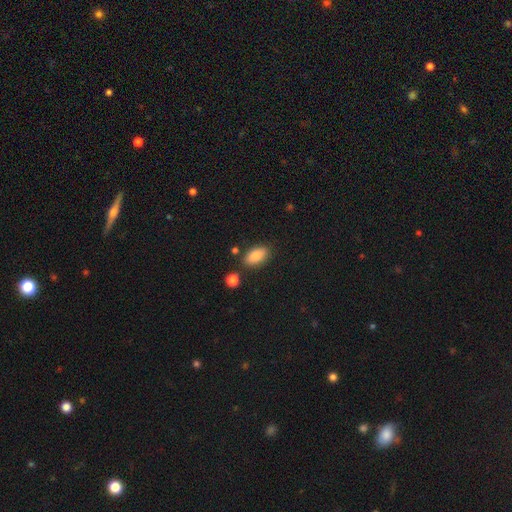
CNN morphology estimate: smooth_or_featured: smooth (p=0.83) [alt: featured or disk p=0.10]
how_rounded: in between (p=0.91) [alt: cigar-shaped p=0.05]
merging: none (p=0.81) [alt: minor disturbance p=0.11]